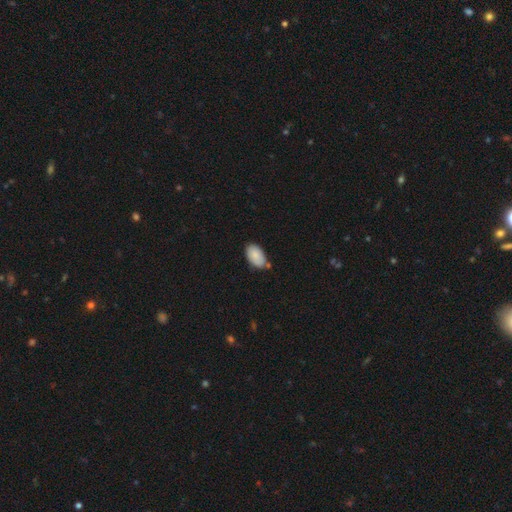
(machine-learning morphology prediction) smooth-or-featured: smooth: 86% | featured or disk: 7% | star or artifact: 7%
  how-rounded: in between: 95% | round: 4% | cigar-shaped: 2%
  merging: none: 71% | minor disturbance: 19% | merger: 6% | major disturbance: 3%